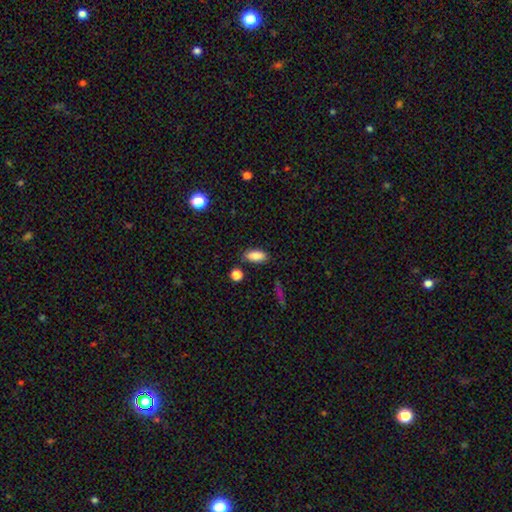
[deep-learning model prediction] smooth 85%, star or artifact 8%, featured or disk 6%. Down the decision tree: how rounded — in between (86%); merging — none (82%).